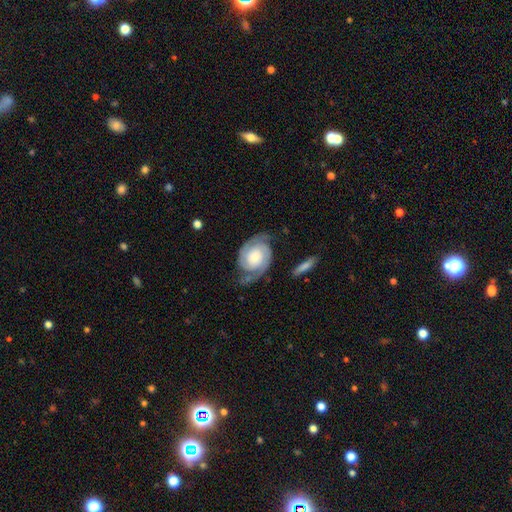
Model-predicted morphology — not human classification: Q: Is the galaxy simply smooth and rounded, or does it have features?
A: featured or disk — 87%.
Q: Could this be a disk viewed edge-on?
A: no — 98%.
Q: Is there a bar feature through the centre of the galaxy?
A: no — 70%.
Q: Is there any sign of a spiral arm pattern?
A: yes — 98%.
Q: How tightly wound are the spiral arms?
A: tight — 54%.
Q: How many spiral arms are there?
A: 2 — 92%.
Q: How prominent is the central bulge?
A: moderate — 32%.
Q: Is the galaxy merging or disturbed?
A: none — 72%.